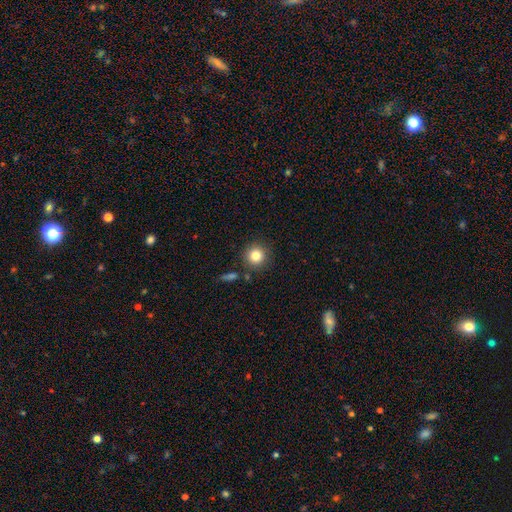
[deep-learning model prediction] The model was most divided on "smooth or featured": smooth: 83%, star or artifact: 10%, featured or disk: 6%. More confident: how rounded — round (94%); merging — none (86%).